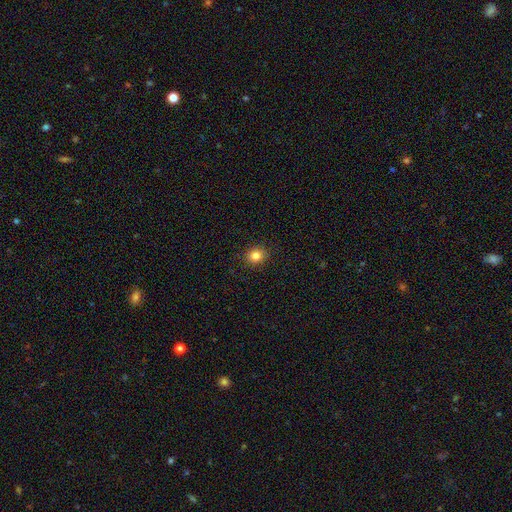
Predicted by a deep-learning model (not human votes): This is clearly a smooth galaxy (83%). How rounded: likely round (76%). Merging: clearly none (90%).